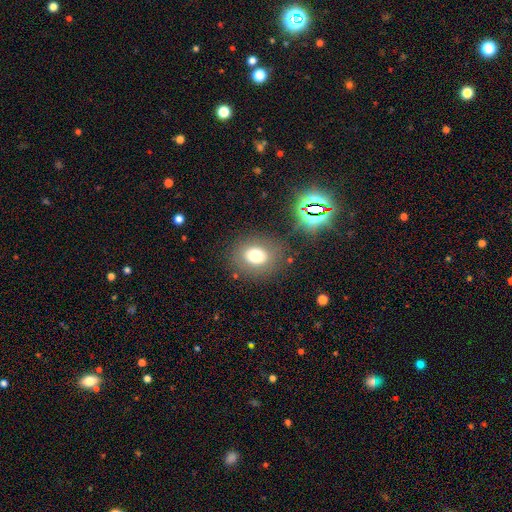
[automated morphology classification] Q: Smooth or featured?
A: smooth (71%); runner-up: star or artifact (16%)
Q: How rounded?
A: round (60%); runner-up: in between (39%)
Q: Merging?
A: none (81%); runner-up: minor disturbance (11%)